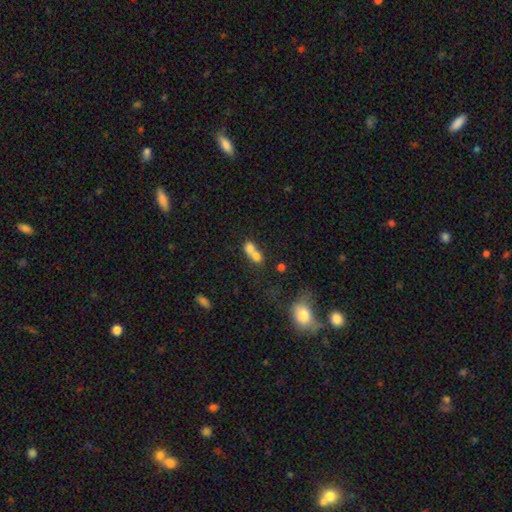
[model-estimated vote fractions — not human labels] A smooth galaxy with no disk features (70%) that is round (52%).

Vote fractions:
- Smooth or featured? smooth: 70% / featured or disk: 19% / star or artifact: 11%
- How rounded? round: 52% / in between: 45% / cigar-shaped: 3%
- Merging? merger: 74% / none: 17% / minor disturbance: 5% / major disturbance: 4%